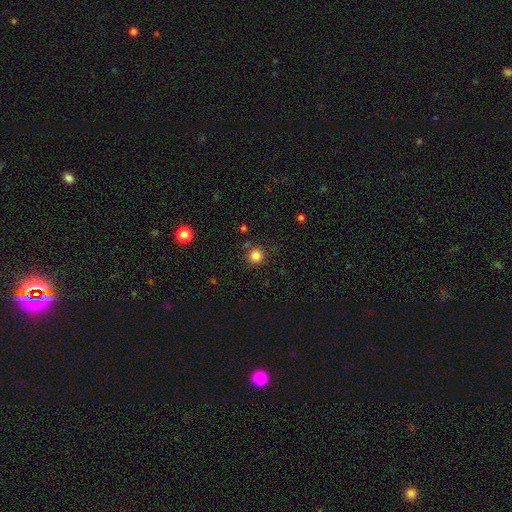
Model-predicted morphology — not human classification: Smooth or featured? smooth (84%)
How rounded? round (94%)
Merging? none (86%)